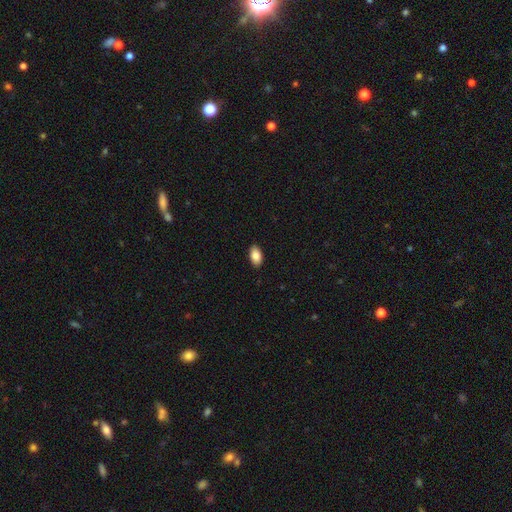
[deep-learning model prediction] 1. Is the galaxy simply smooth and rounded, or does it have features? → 87% smooth, 7% star or artifact, 6% featured or disk.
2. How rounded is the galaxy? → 94% in between, 4% round, 2% cigar-shaped.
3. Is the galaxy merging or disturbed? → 89% none, 8% minor disturbance, 2% major disturbance, 1% merger.